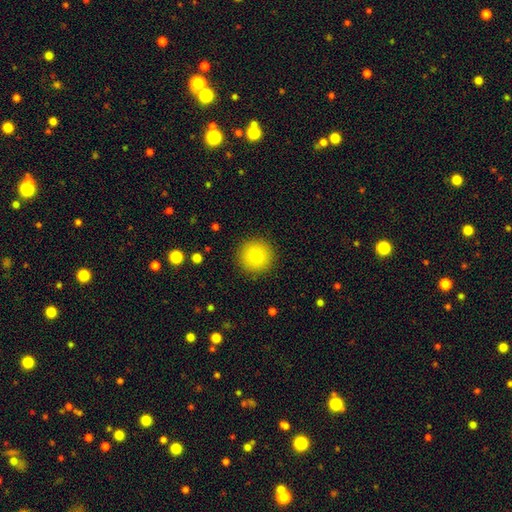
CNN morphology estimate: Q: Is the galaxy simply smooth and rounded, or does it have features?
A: smooth — 81%.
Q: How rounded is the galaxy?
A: round — 96%.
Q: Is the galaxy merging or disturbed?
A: none — 91%.